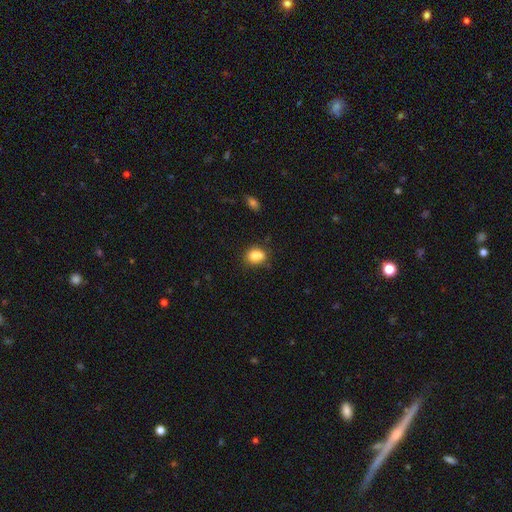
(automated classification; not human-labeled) A smooth galaxy with no disk features (78%) that is round (56%). Merging: none (46%).